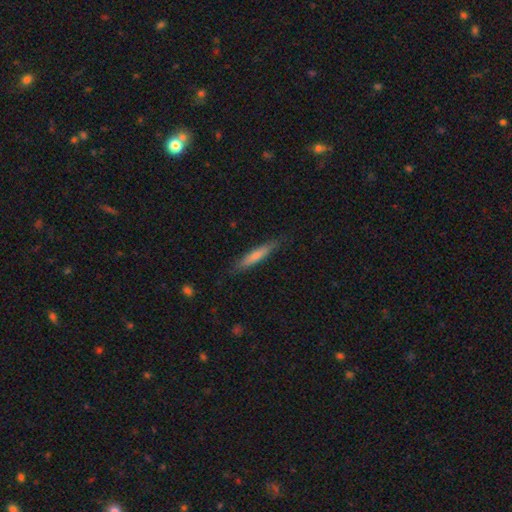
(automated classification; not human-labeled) Smooth or featured: smooth — 70% (featured or disk — 25%)
How rounded: cigar-shaped — 90% (in between — 9%)
Merging: none — 83% (minor disturbance — 13%)